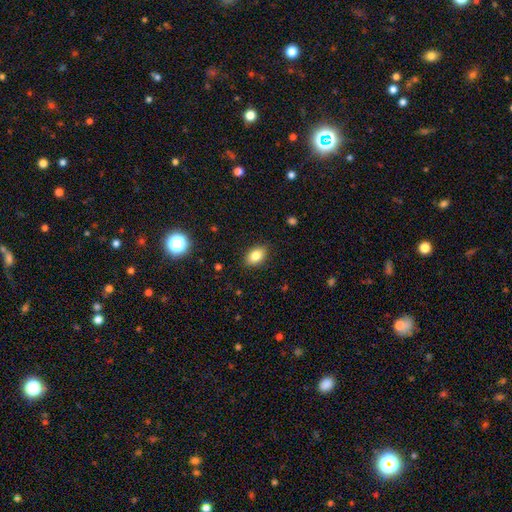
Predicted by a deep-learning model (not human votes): Overall: smooth (81%). How rounded: in between (83%). Merging: none (87%).